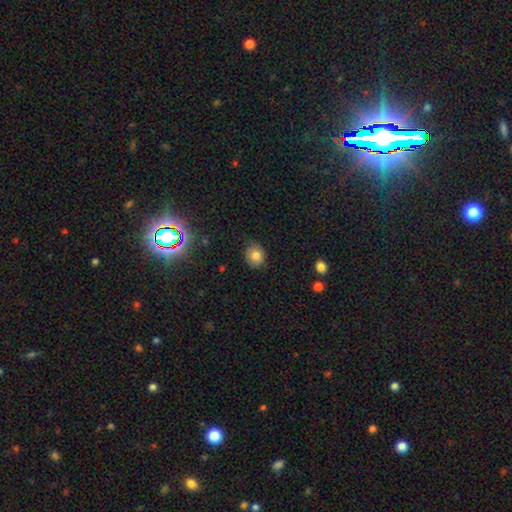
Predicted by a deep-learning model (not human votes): Q: Smooth or featured?
A: smooth (79%); runner-up: star or artifact (12%)
Q: How rounded?
A: round (65%); runner-up: in between (34%)
Q: Merging?
A: none (79%); runner-up: minor disturbance (16%)